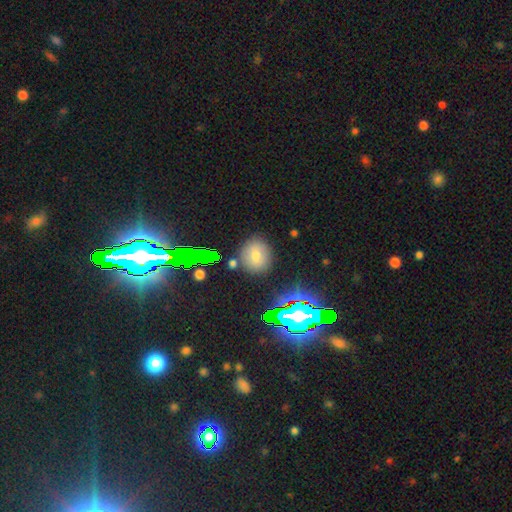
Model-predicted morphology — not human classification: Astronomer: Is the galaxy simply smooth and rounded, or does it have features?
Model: smooth — 58%.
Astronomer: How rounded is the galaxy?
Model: round — 66%.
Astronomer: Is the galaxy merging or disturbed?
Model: none — 84%.